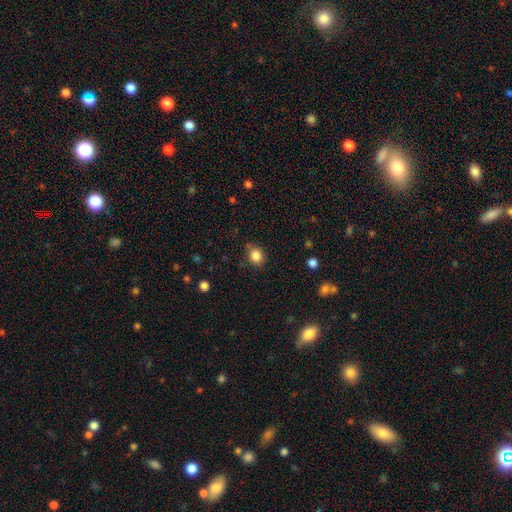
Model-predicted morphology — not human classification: This appears to be a smooth galaxy with no disk features (85%) that is round (72%). Merging: none (76%).